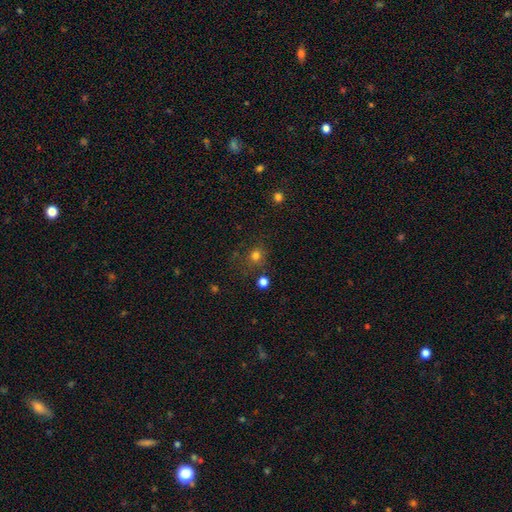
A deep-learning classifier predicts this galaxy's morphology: This appears to be a smooth galaxy with no disk features (76%) that is round (84%). Merging: none (73%).